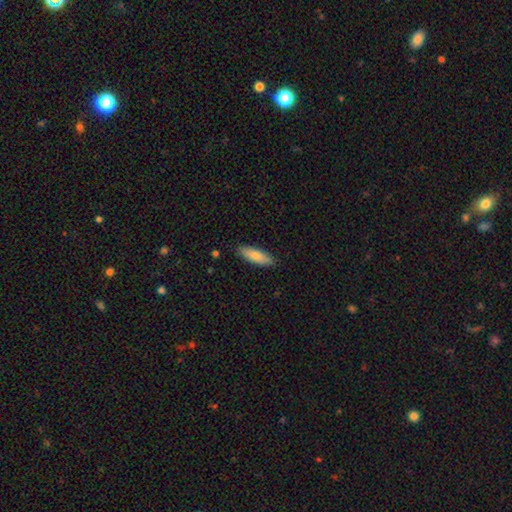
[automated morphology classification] A smooth galaxy with no disk features (79%) that is in between round and cigar-shaped (56%). Merging: none (87%).